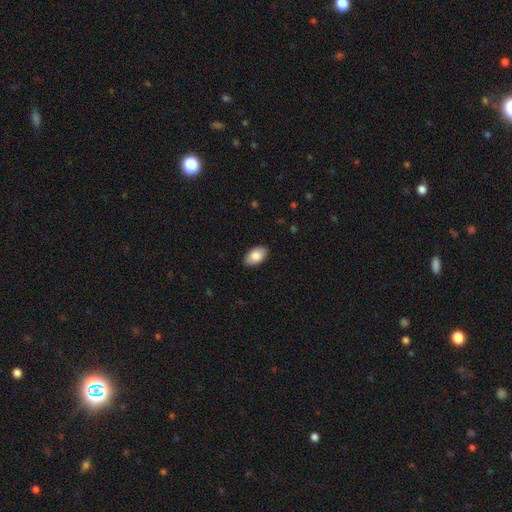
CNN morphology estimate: Q: Smooth or featured?
A: smooth (85%); runner-up: featured or disk (8%)
Q: How rounded?
A: in between (94%); runner-up: round (5%)
Q: Merging?
A: none (89%); runner-up: minor disturbance (8%)